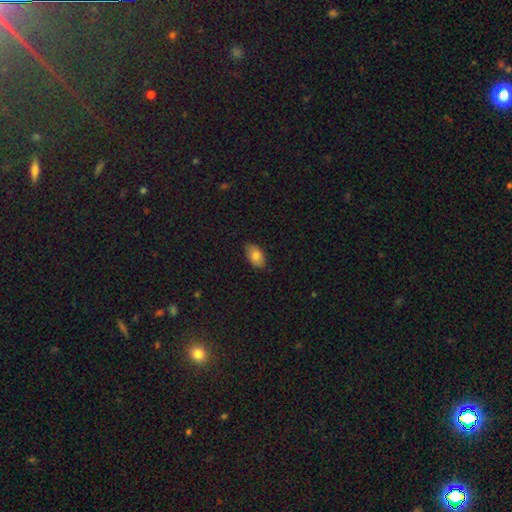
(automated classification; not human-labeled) Smooth or featured? smooth (81%)
How rounded? in between (93%)
Merging? none (82%)